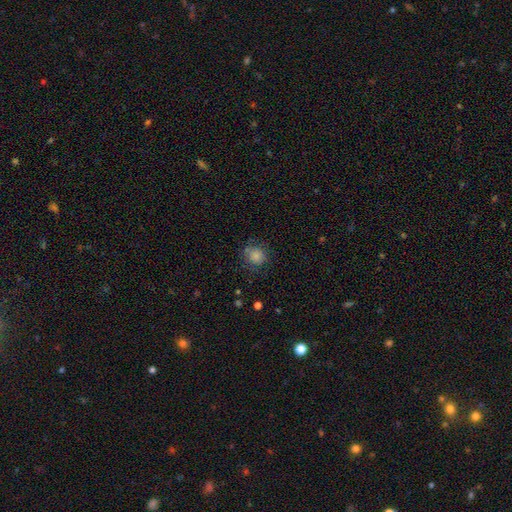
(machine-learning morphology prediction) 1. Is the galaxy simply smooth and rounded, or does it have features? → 83% smooth, 11% star or artifact, 6% featured or disk.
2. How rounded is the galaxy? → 87% round, 12% in between, 1% cigar-shaped.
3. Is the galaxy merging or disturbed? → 76% none, 16% minor disturbance, 6% major disturbance, 2% merger.